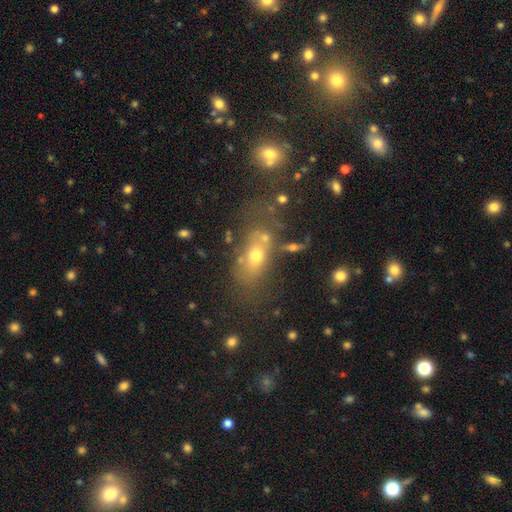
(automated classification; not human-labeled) smooth-or-featured: smooth: 59% | featured or disk: 23% | star or artifact: 18%
  how-rounded: in between: 70% | round: 21% | cigar-shaped: 9%
  merging: none: 48% | merger: 22% | minor disturbance: 17% | major disturbance: 13%